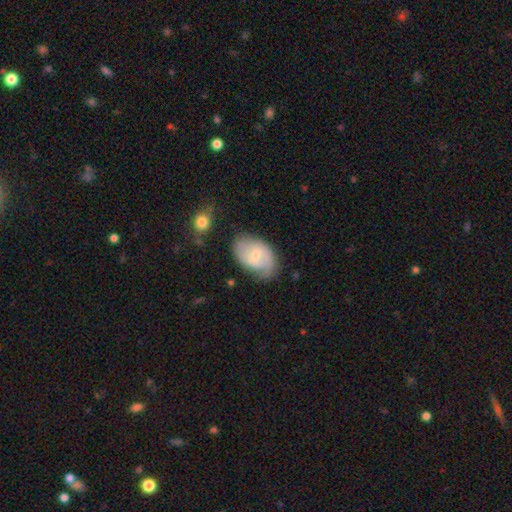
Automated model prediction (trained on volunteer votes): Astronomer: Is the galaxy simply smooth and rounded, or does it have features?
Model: featured or disk — 58% (runner-up: smooth, 36%).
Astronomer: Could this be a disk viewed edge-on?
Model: no — 96%.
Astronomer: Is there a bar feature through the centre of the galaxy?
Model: weak — 48% (runner-up: no, 43%).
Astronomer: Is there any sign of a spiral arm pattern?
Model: yes — 82%.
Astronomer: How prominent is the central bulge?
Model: small — 59% (runner-up: moderate, 36%).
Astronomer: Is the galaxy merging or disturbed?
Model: none — 65%.